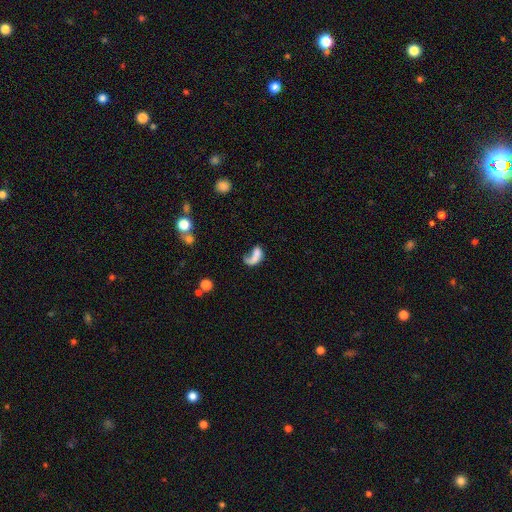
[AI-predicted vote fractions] smooth 47%, featured or disk 41%, star or artifact 11%. Down the decision tree: merging — major disturbance (37%).